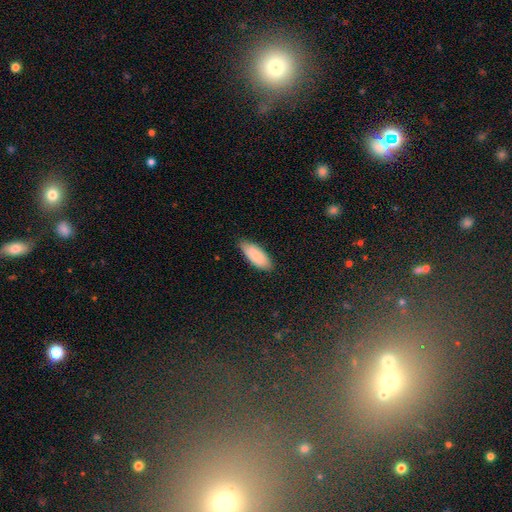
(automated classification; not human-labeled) smooth 87%, featured or disk 7%, star or artifact 6%. Down the decision tree: how rounded — in between (80%); merging — none (81%).